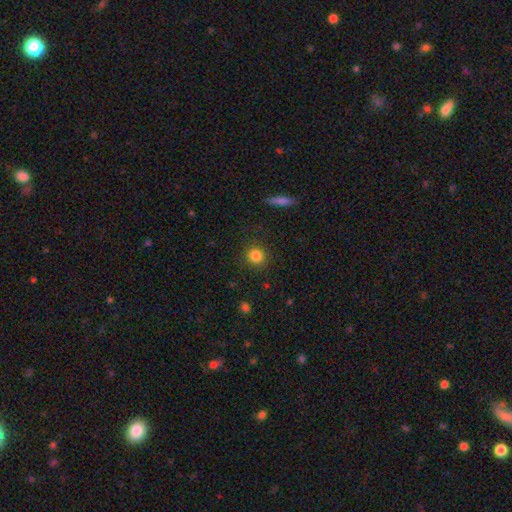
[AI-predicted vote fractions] smooth 84%, star or artifact 11%, featured or disk 5%. Down the decision tree: how rounded — round (91%); merging — none (88%).